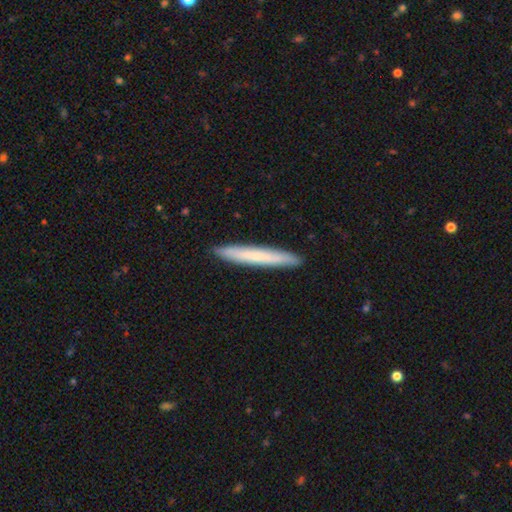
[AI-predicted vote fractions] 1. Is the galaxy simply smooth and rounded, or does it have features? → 62% smooth, 32% featured or disk, 6% star or artifact.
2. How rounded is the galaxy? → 96% cigar-shaped, 3% in between, 1% round.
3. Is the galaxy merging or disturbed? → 92% none, 6% minor disturbance, 1% major disturbance, 1% merger.